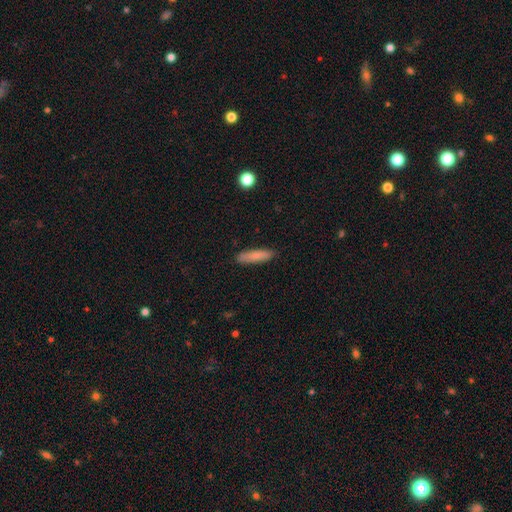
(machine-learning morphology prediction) Overall: smooth (84%). How rounded: cigar-shaped (74%). Merging: none (87%).